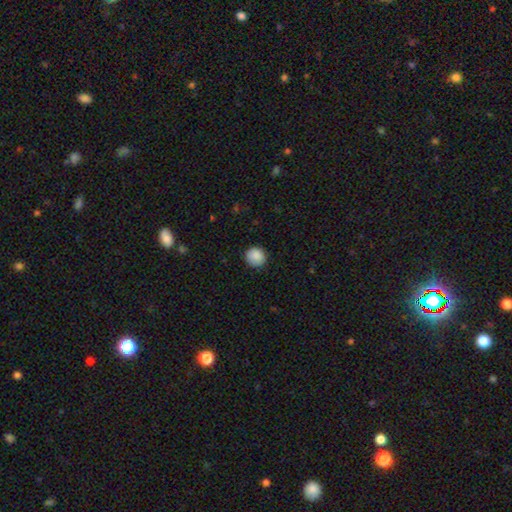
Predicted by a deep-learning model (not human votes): Morphology: type=smooth (88%); roundness=round (88%); merging=none (86%).